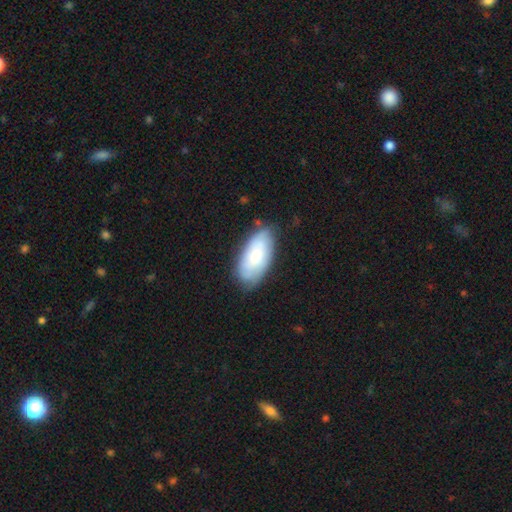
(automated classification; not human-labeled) Smooth or featured? Predicted: smooth (p=0.59). How rounded? Predicted: in between (p=0.92). Merging? Predicted: none (p=0.72).